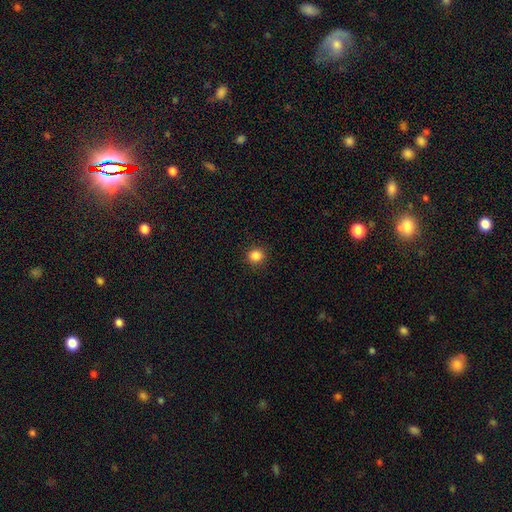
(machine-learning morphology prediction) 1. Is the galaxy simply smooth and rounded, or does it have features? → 85% smooth, 12% star or artifact, 4% featured or disk.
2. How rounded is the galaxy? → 91% round, 8% in between, 1% cigar-shaped.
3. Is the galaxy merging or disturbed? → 91% none, 6% minor disturbance, 2% major disturbance, 1% merger.